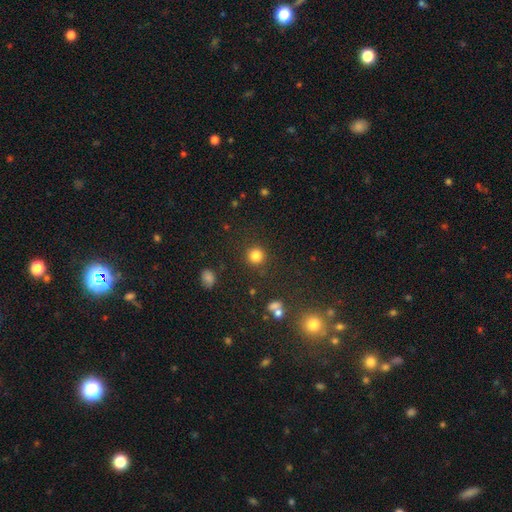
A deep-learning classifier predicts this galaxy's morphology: smooth 82%, star or artifact 13%, featured or disk 5%. Down the decision tree: how rounded — round (93%); merging — none (88%).